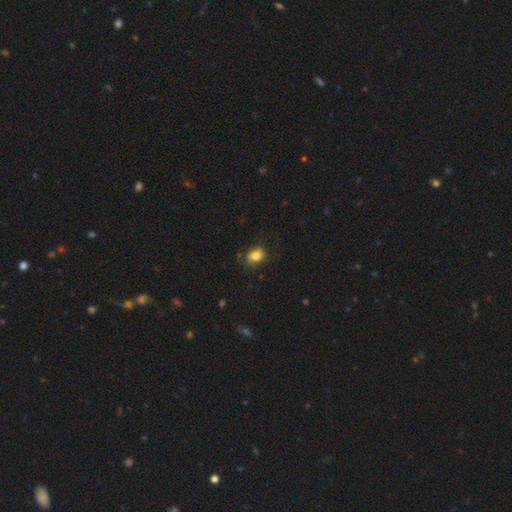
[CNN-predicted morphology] Smooth or featured? Predicted: smooth (p=0.84). How rounded? Predicted: in between (p=0.60). Merging? Predicted: none (p=0.80).